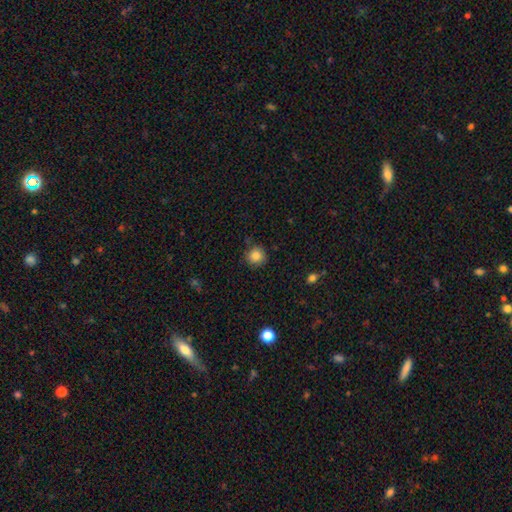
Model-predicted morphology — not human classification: smooth_or_featured: smooth (p=0.85) [alt: star or artifact p=0.10]
how_rounded: round (p=0.93) [alt: in between p=0.06]
merging: none (p=0.82) [alt: minor disturbance p=0.13]